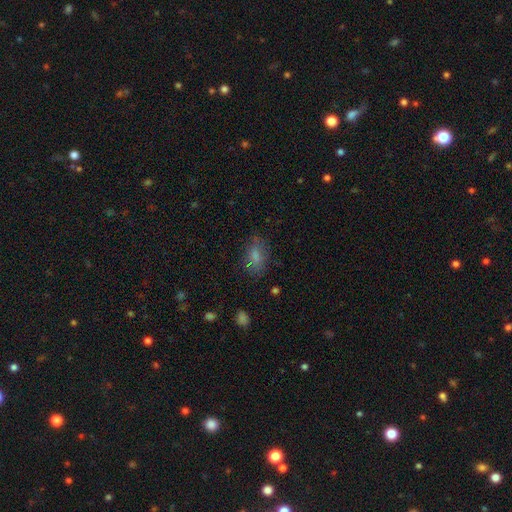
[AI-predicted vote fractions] A smooth galaxy with no disk features (67%) that is in between round and cigar-shaped (83%). Merging: none (75%).